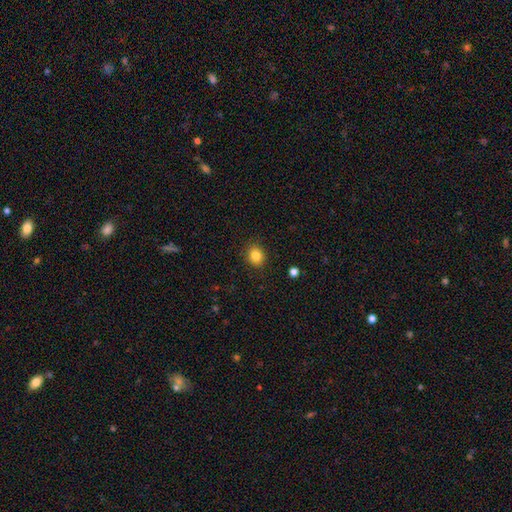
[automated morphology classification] Overall: smooth (83%). How rounded: round (76%). Merging: none (90%).